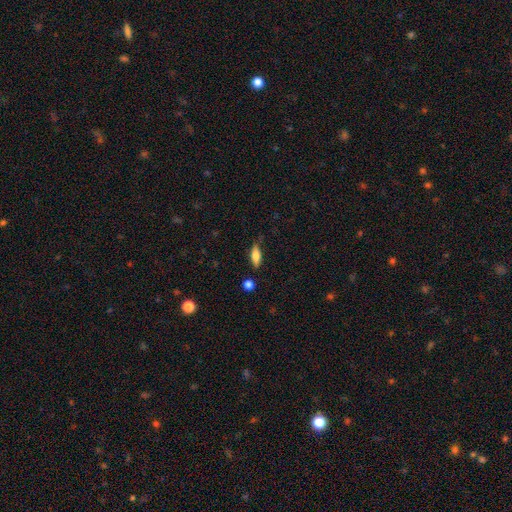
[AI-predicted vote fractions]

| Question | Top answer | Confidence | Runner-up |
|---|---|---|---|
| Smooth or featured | smooth | 71% | featured or disk (21%) |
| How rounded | in between | 65% | cigar-shaped (32%) |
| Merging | none | 74% | minor disturbance (18%) |